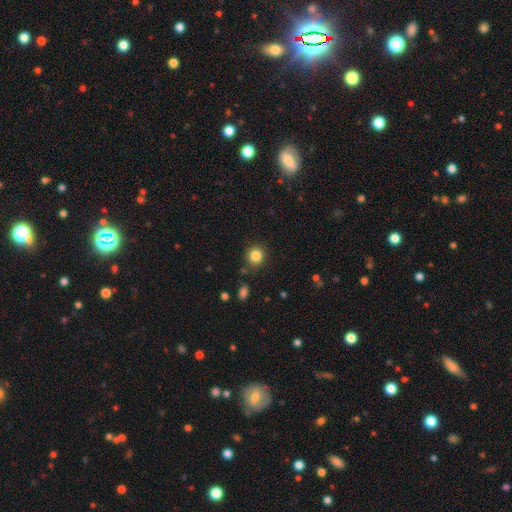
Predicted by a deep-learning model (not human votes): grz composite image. It shows a smooth galaxy with no disk features (84%) that is round (85%). Merging: none (85%).